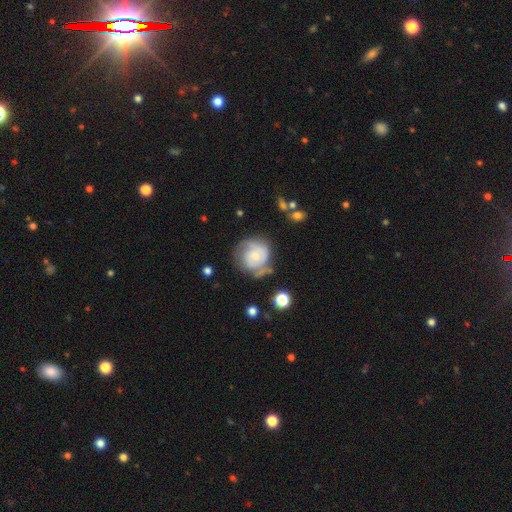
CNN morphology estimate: featured or disk 66%, smooth 28%, star or artifact 7%. Down the decision tree: edge-on disk — no (98%); bar — no (73%); spiral arms — yes (83%); spiral arm count — 2 (48%); spiral winding — tight (54%); bulge size — small (59%); merging — none (55%).